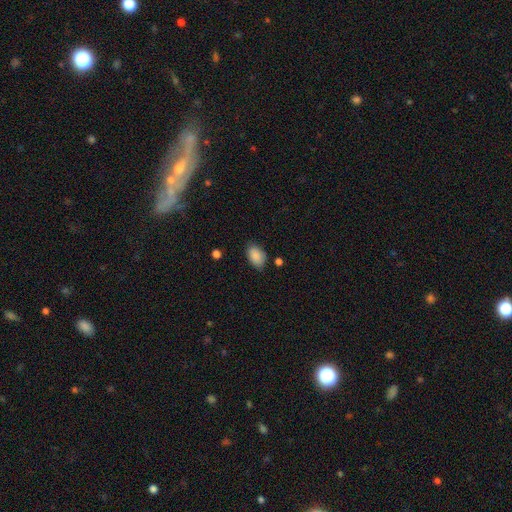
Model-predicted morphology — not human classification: This appears to be a smooth galaxy with no disk features (88%) that is in between round and cigar-shaped (89%). Merging: none (77%).